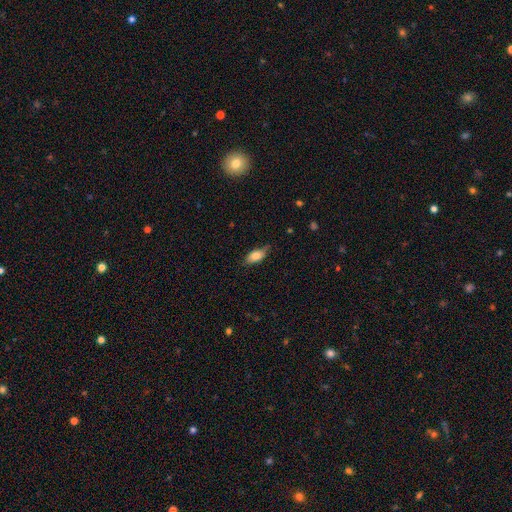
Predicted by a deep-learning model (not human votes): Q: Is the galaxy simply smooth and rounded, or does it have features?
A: smooth — 78%.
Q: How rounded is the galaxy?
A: in between — 86%.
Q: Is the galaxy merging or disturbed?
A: none — 65%.